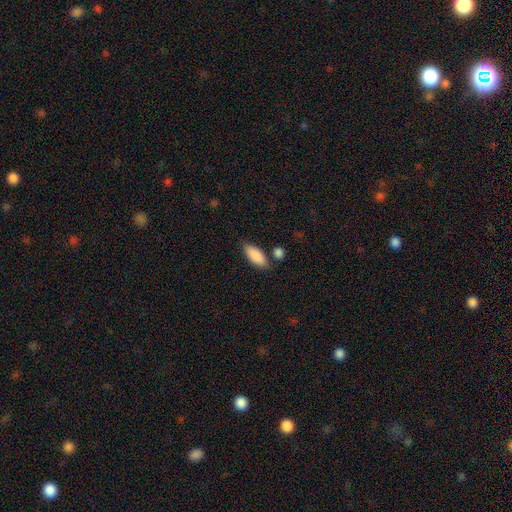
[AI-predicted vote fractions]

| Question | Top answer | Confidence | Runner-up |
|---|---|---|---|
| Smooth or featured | smooth | 87% | featured or disk (7%) |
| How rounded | in between | 78% | cigar-shaped (20%) |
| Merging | none | 75% | minor disturbance (14%) |